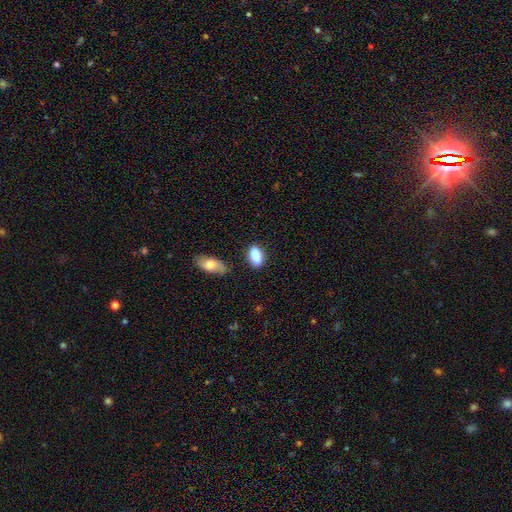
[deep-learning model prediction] Morphology: type=smooth (86%); roundness=in between (89%); merging=none (78%).